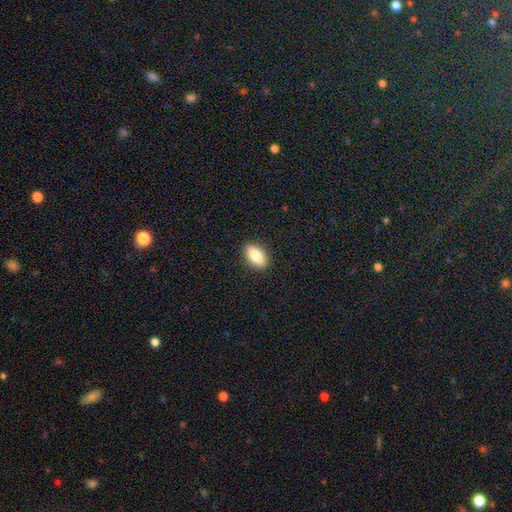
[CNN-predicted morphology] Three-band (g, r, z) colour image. It shows a smooth galaxy with no disk features (86%) that is in between round and cigar-shaped (90%). Merging: none (89%).